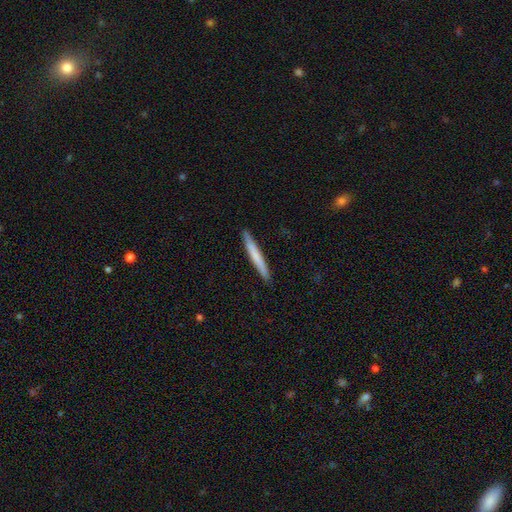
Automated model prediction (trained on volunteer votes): Morphology: type=smooth (67%); roundness=cigar-shaped (97%); merging=none (91%).